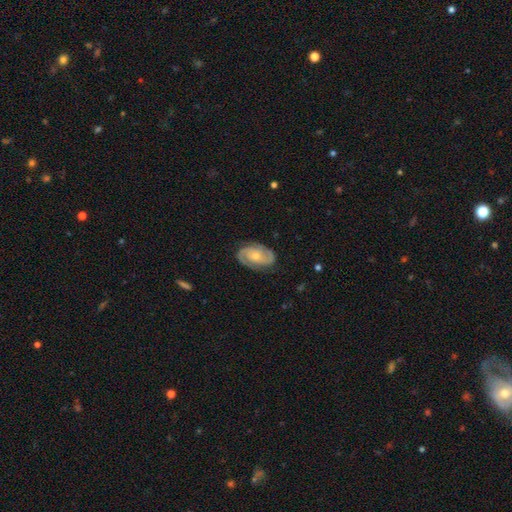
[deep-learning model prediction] This appears to be a featured or disk galaxy (83%) with no bar (66%), 2 (87%) tight (47%) spiral arms (96%) and a small central bulge (50%). Merging: none (81%).